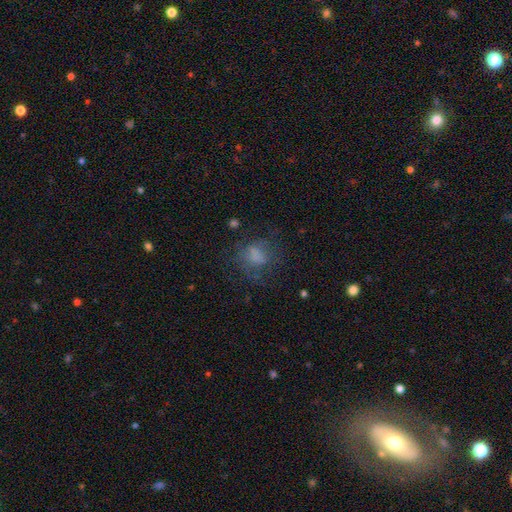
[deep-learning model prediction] Overall: smooth (63%). How rounded: round (57%; in between 41%). Merging: none (53%; major disturbance 24%).